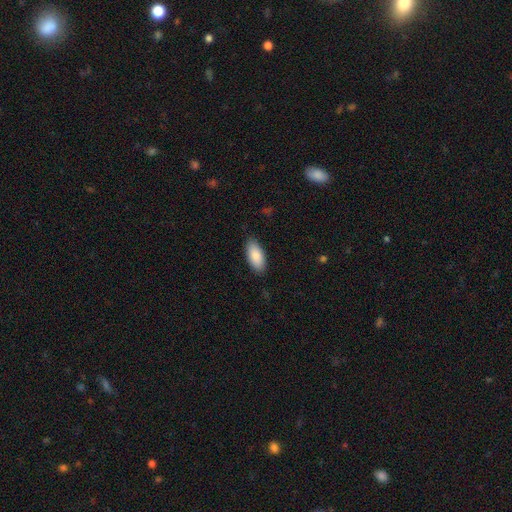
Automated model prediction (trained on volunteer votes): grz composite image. It shows a smooth galaxy with no disk features (87%) that is in between round and cigar-shaped (91%). Merging: none (87%).